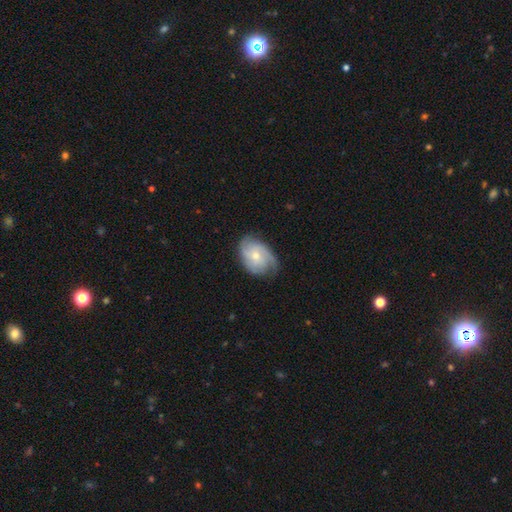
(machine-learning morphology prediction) Smooth or featured?
  - featured or disk: 66% *
  - smooth: 27%
  - star or artifact: 6%
Edge-on disk?
  - no: 97% *
  - yes: 3%
Bar?
  - no: 72% *
  - weak: 24%
  - strong: 3%
Spiral arms?
  - yes: 92% *
  - no: 8%
Spiral winding?
  - medium: 41% * (tied)
  - tight: 41% * (tied)
  - loose: 19%
Spiral arm count?
  - 3: 33% *
  - can't tell: 24%
  - 2: 24%
  - 4: 9%
  - 1: 5%
  - more than 4: 4%
Bulge size?
  - small: 52% *
  - moderate: 44%
  - large: 2%
  - none: 1%
  - dominant: 1%
Merging?
  - none: 66% *
  - minor disturbance: 25%
  - major disturbance: 8%
  - merger: 1%